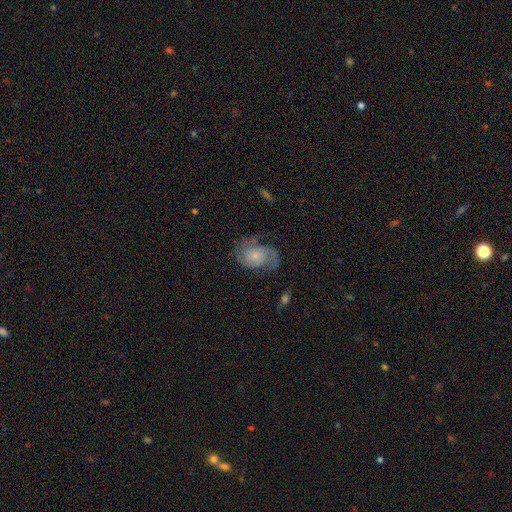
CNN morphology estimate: The model was most divided on "spiral winding": medium: 44%, tight: 33%, loose: 23%. More confident: edge-on disk — no (97%); spiral arms — yes (92%); bar — no (75%); spiral arm count — 2 (73%); smooth or featured — featured or disk (71%); bulge size — small (63%); merging — none (61%).